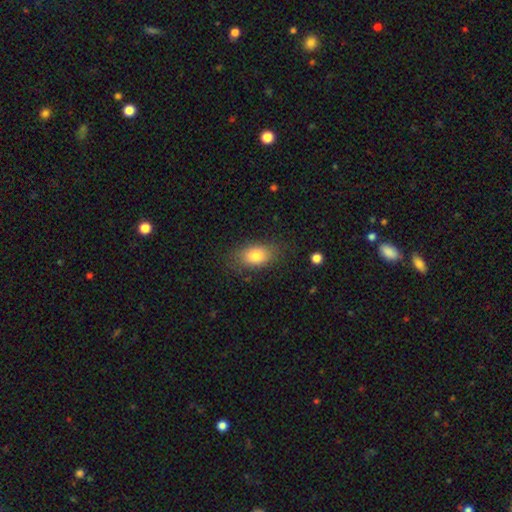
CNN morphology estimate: smooth 80%, featured or disk 11%, star or artifact 9%. Down the decision tree: how rounded — in between (84%); merging — none (79%).